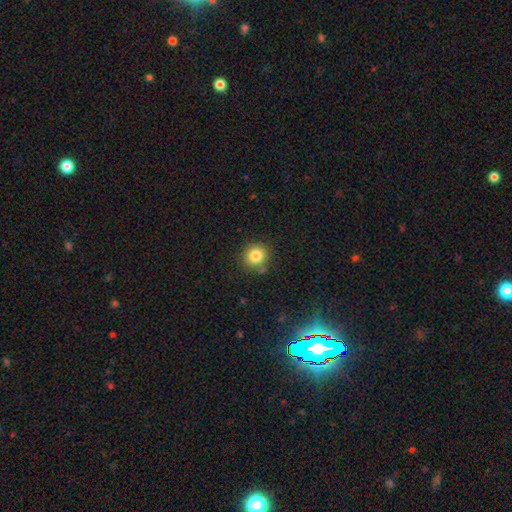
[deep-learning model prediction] Smooth or featured? smooth (82%)
How rounded? round (90%)
Merging? none (82%)